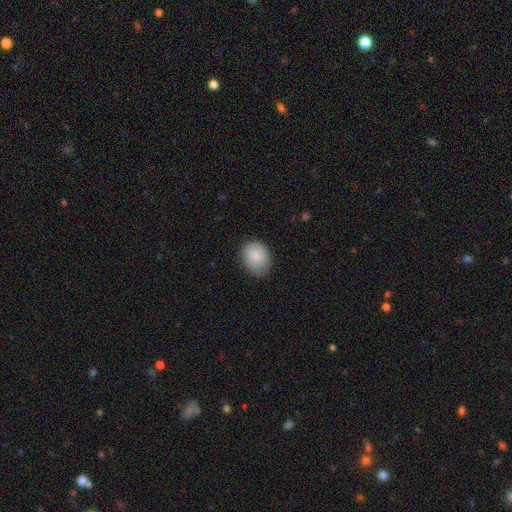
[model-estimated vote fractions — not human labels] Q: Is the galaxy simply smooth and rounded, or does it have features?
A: smooth — 87%.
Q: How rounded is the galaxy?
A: in between — 63%.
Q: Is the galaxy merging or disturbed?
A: none — 75%.